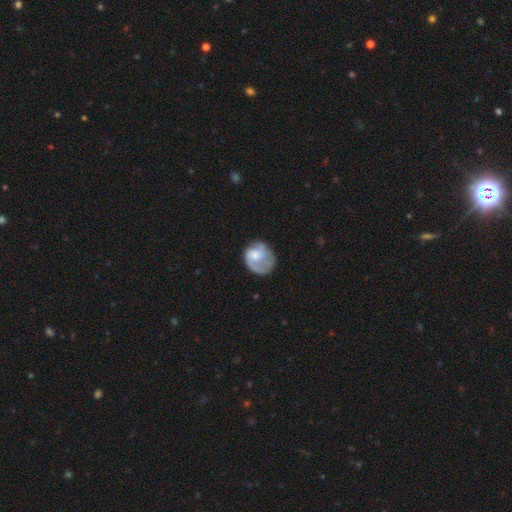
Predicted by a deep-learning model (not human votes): The model was most divided on "smooth or featured": featured or disk: 49%, smooth: 45%, star or artifact: 7%. Remaining: merging — none (49%).